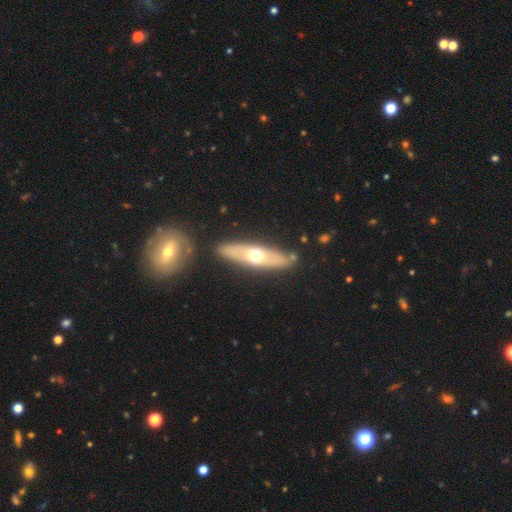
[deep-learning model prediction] Q: Smooth or featured?
A: featured or disk (52%); runner-up: smooth (42%)
Q: Edge-on disk?
A: yes (64%); runner-up: no (36%)
Q: Merging?
A: none (83%); runner-up: minor disturbance (10%)